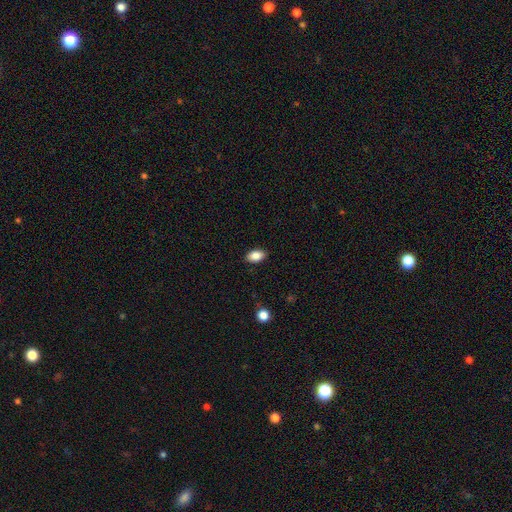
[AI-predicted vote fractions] Q: Smooth or featured?
A: smooth (86%); runner-up: star or artifact (8%)
Q: How rounded?
A: in between (90%); runner-up: round (8%)
Q: Merging?
A: none (88%); runner-up: minor disturbance (9%)